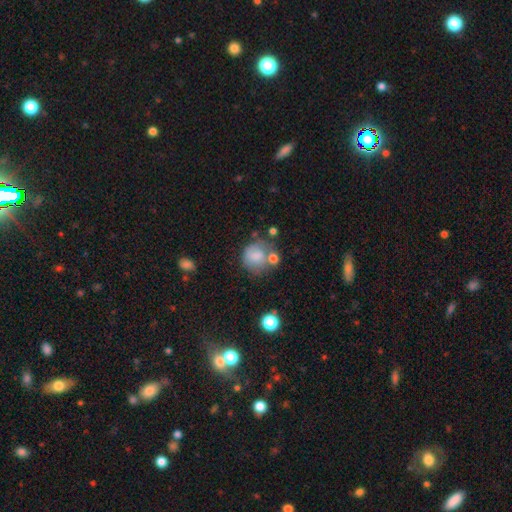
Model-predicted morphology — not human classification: Smooth or featured? smooth (75%)
How rounded? round (79%)
Merging? none (47%)